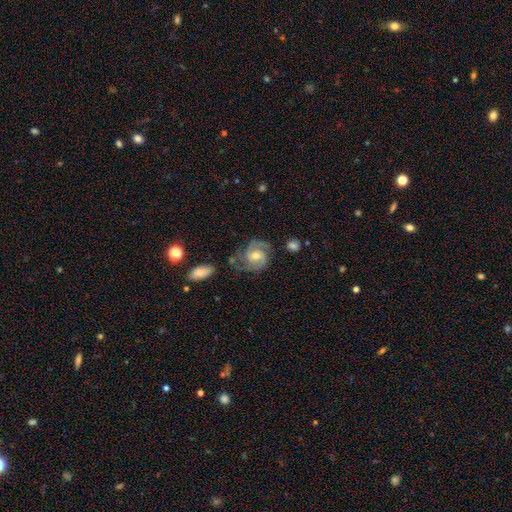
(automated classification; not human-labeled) This appears to be a featured or disk galaxy (80%) with no bar (56%), 2 (56%) medium (45%) spiral arms (95%) and a moderate central bulge (64%). Merging: none (66%).